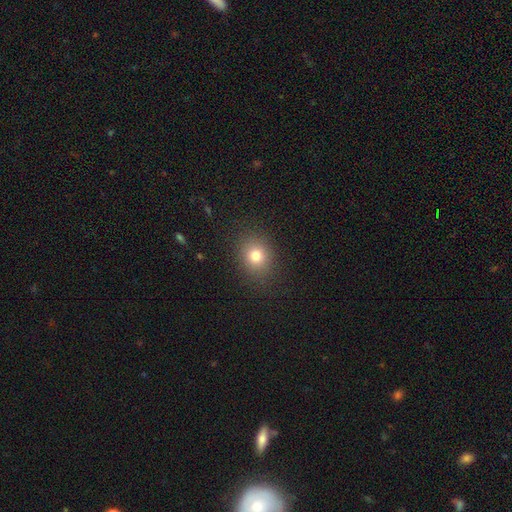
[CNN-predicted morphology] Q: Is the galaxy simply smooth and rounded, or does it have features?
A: smooth — 77%.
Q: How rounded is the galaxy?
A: round — 65%.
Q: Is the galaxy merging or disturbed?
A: none — 87%.